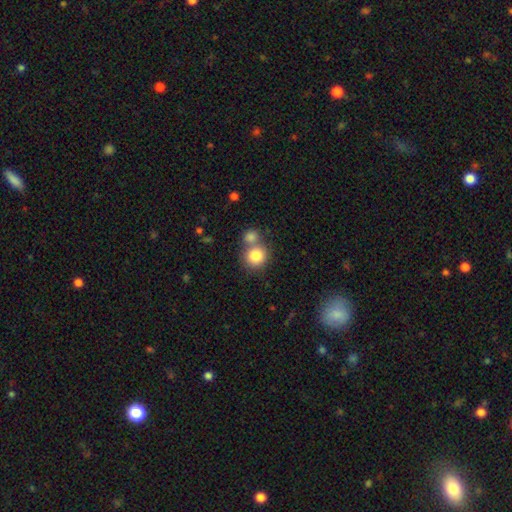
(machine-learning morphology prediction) The model was most divided on "merging": none: 53%, merger: 35%, minor disturbance: 9%, major disturbance: 3%. More confident: how rounded — round (87%); smooth or featured — smooth (82%).